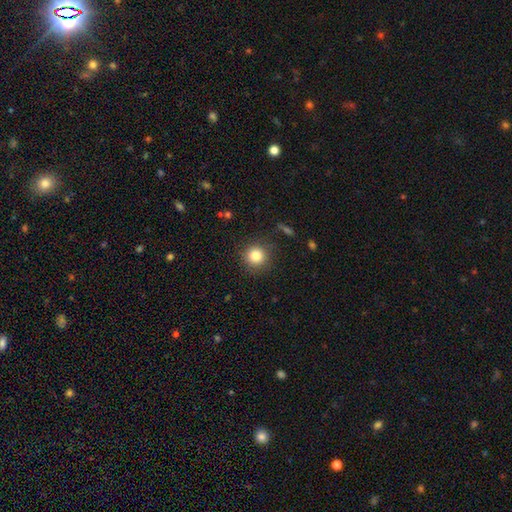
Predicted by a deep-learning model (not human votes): Smooth or featured? Predicted: smooth (p=0.82). How rounded? Predicted: round (p=0.95). Merging? Predicted: none (p=0.88).